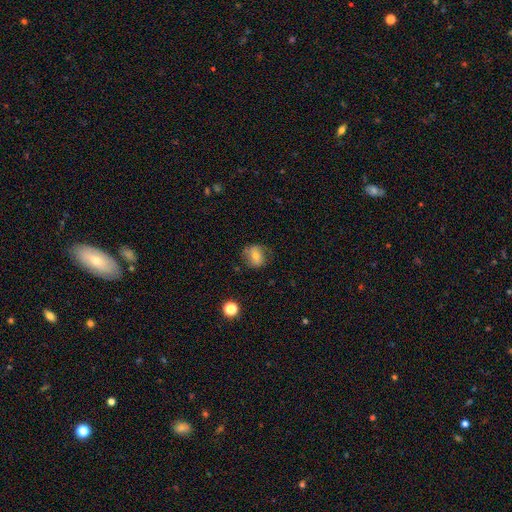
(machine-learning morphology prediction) A smooth galaxy with no disk features (61%) that is round (66%).

Vote fractions:
- Smooth or featured? smooth: 61% / featured or disk: 29% / star or artifact: 10%
- How rounded? round: 66% / in between: 32% / cigar-shaped: 1%
- Merging? none: 70% / minor disturbance: 21% / major disturbance: 8% / merger: 2%